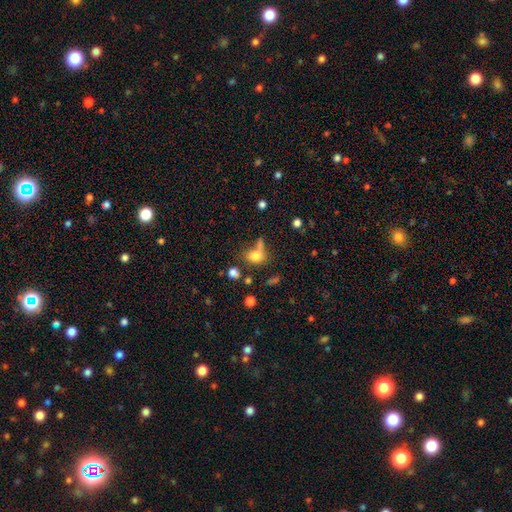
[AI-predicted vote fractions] Morphology: type=smooth (76%); roundness=in between (54%); merging=none (48%).